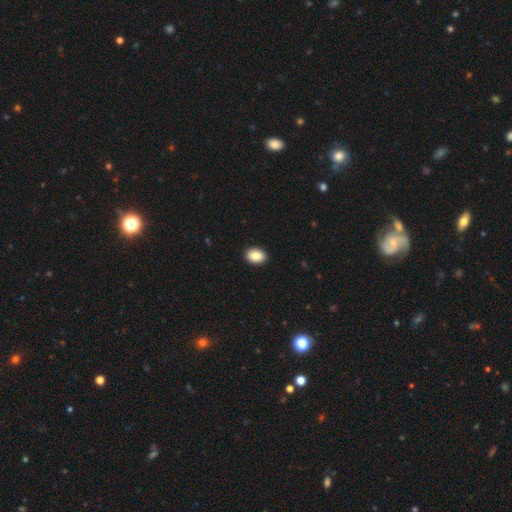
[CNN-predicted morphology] Q: Smooth or featured?
A: smooth (87%); runner-up: star or artifact (8%)
Q: How rounded?
A: in between (76%); runner-up: round (23%)
Q: Merging?
A: none (92%); runner-up: minor disturbance (6%)